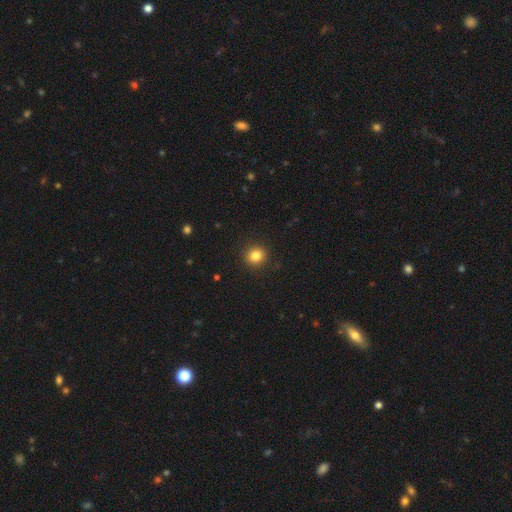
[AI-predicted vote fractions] smooth-or-featured: smooth: 83% | star or artifact: 11% | featured or disk: 5%
  how-rounded: round: 87% | in between: 12% | cigar-shaped: 1%
  merging: none: 92% | minor disturbance: 6% | major disturbance: 2% | merger: 1%